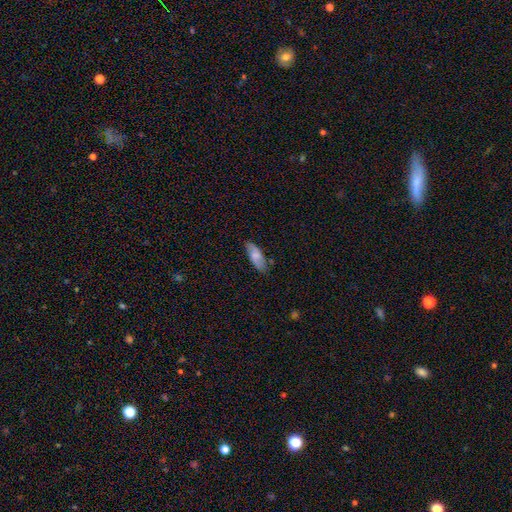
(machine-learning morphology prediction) The model was most divided on "smooth or featured": smooth: 65%, featured or disk: 29%, star or artifact: 7%. More confident: merging — none (77%); how rounded — in between (75%).